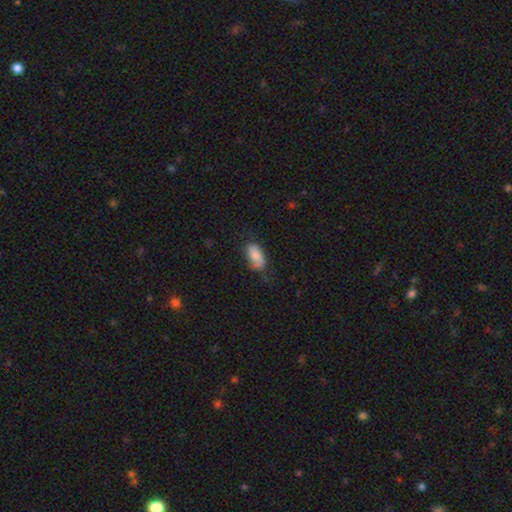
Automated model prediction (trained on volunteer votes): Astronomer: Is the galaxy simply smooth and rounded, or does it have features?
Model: smooth — 77%.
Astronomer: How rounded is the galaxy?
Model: in between — 93%.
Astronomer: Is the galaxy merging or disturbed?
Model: none — 59%.